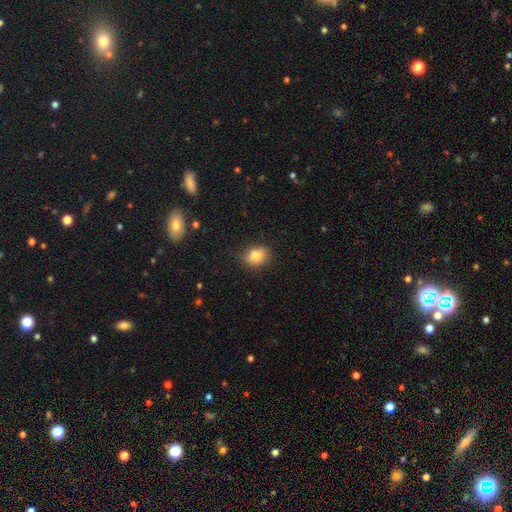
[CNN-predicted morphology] Smooth or featured: smooth — 86% (star or artifact — 9%)
How rounded: in between — 54% (round — 44%)
Merging: none — 80% (minor disturbance — 16%)